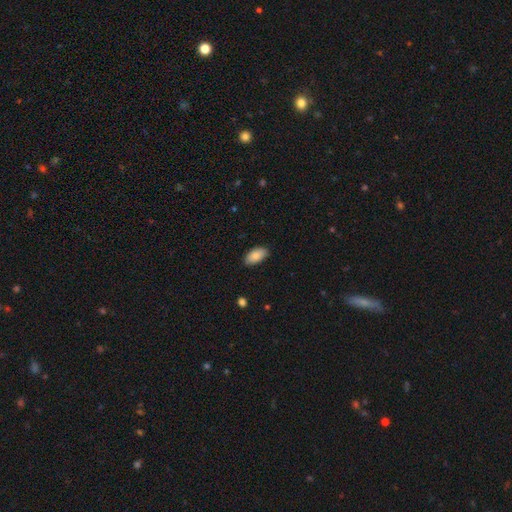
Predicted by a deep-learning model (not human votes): smooth-or-featured: smooth: 85% | featured or disk: 8% | star or artifact: 7%
  how-rounded: in between: 94% | round: 3% | cigar-shaped: 3%
  merging: none: 85% | minor disturbance: 12% | major disturbance: 2% | merger: 1%